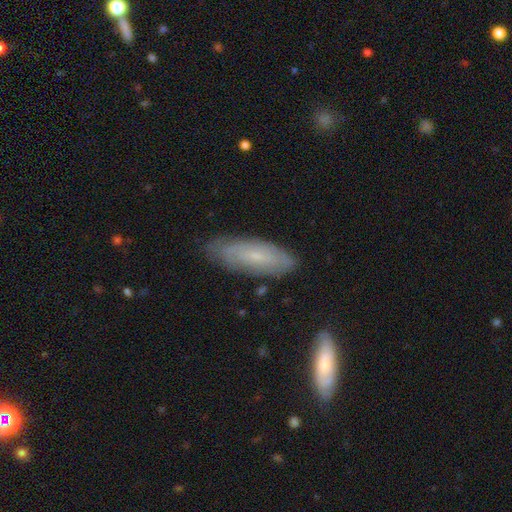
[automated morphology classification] smooth_or_featured: smooth (p=0.49) [alt: featured or disk p=0.44]
merging: none (p=0.75) [alt: minor disturbance p=0.19]